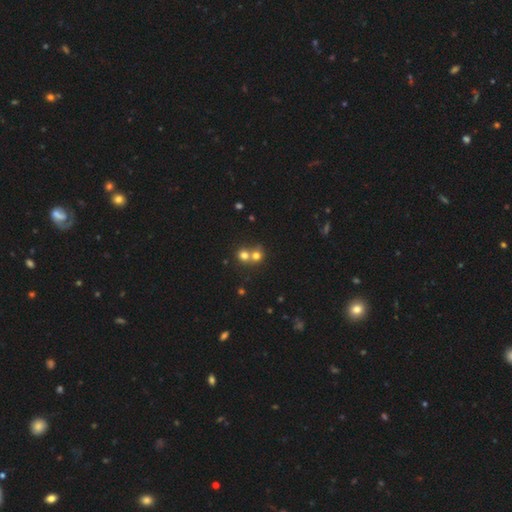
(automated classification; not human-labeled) Smooth or featured?
  - smooth: 71% *
  - star or artifact: 16%
  - featured or disk: 13%
How rounded?
  - round: 84% *
  - in between: 15%
  - cigar-shaped: 1%
Merging?
  - merger: 53% *
  - none: 39%
  - minor disturbance: 5%
  - major disturbance: 3%